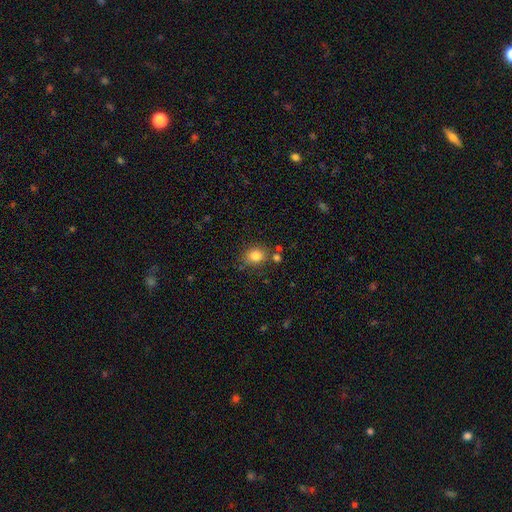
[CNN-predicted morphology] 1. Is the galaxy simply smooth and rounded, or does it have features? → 82% smooth, 11% star or artifact, 7% featured or disk.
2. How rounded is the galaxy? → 54% round, 45% in between, 1% cigar-shaped.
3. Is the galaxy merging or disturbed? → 75% none, 13% minor disturbance, 8% merger, 4% major disturbance.